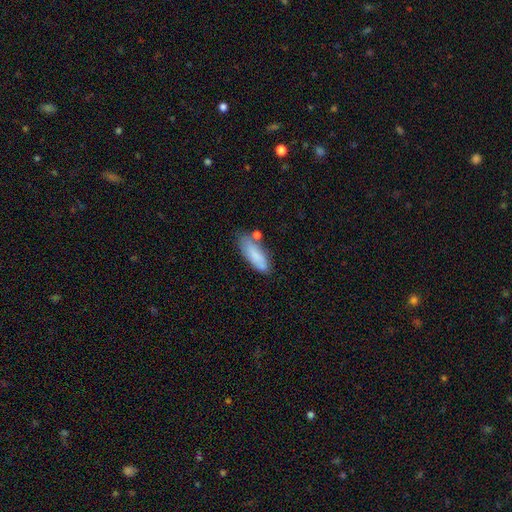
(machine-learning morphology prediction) Overall: smooth (79%). How rounded: in between (59%; cigar-shaped 39%). Merging: none (63%).